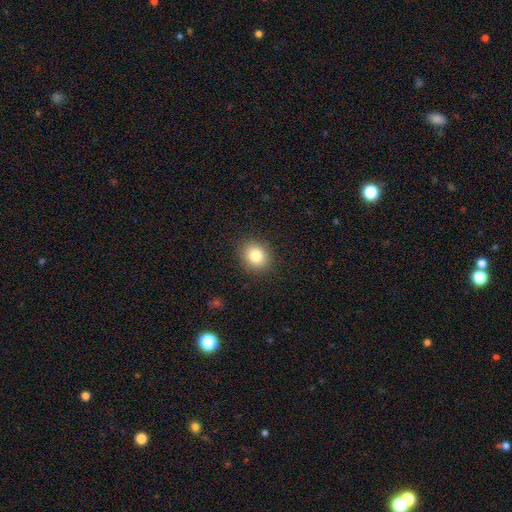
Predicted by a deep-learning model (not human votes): This appears to be a smooth galaxy with no disk features (83%) that is round (72%). Merging: none (89%).